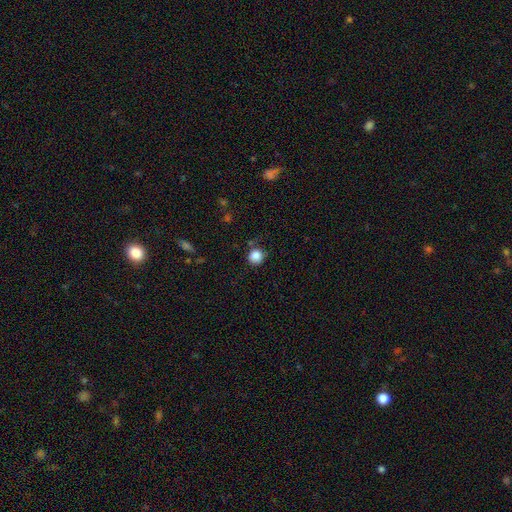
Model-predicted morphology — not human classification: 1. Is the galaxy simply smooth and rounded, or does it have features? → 85% smooth, 10% star or artifact, 4% featured or disk.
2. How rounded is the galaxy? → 90% round, 9% in between, 1% cigar-shaped.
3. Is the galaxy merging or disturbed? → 75% none, 16% minor disturbance, 5% major disturbance, 4% merger.